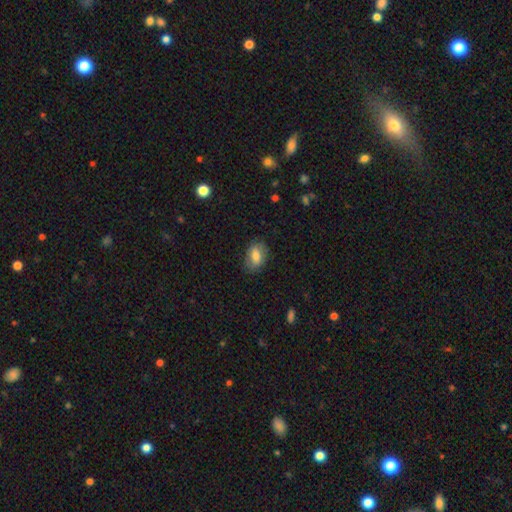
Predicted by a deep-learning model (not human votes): smooth-or-featured: smooth: 75% | featured or disk: 17% | star or artifact: 7%
  how-rounded: in between: 86% | round: 12% | cigar-shaped: 2%
  merging: none: 79% | minor disturbance: 16% | major disturbance: 4% | merger: 1%